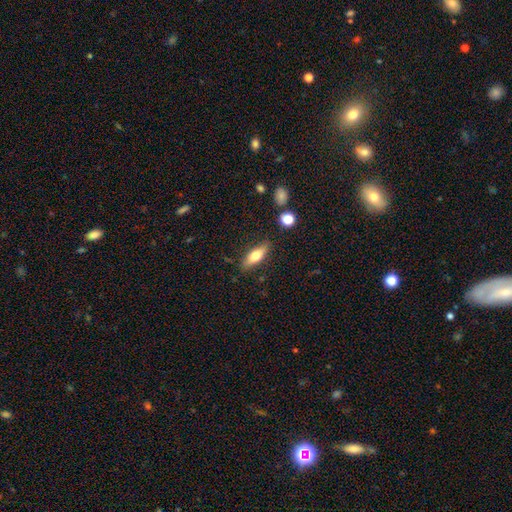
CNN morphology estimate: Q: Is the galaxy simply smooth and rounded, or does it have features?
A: smooth — 64%.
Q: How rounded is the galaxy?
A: in between — 55%.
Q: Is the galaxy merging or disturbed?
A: none — 83%.